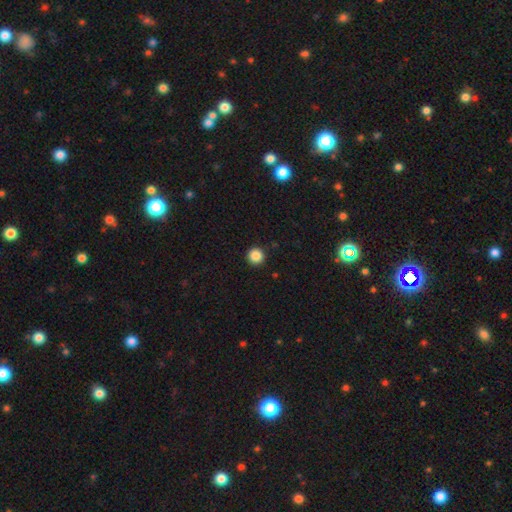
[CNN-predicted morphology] smooth-or-featured: smooth: 87% | star or artifact: 10% | featured or disk: 3%
  how-rounded: round: 96% | in between: 3% | cigar-shaped: 1%
  merging: none: 93% | minor disturbance: 4% | major disturbance: 2% | merger: 1%